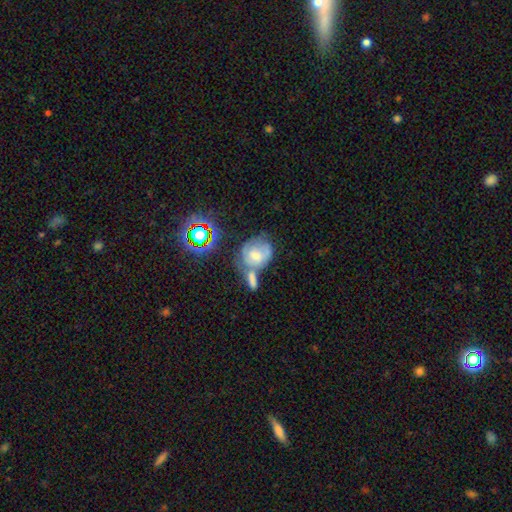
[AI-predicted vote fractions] Smooth or featured?
  - featured or disk: 46% *
  - smooth: 40%
  - star or artifact: 14%
Merging?
  - merger: 43% *
  - none: 27%
  - minor disturbance: 17%
  - major disturbance: 13%